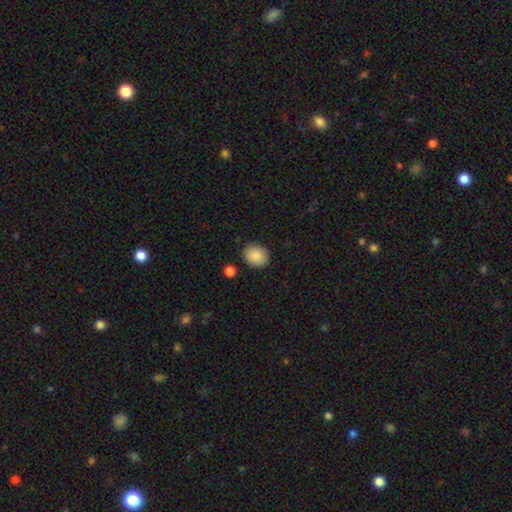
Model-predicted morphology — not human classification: smooth 88%, star or artifact 7%, featured or disk 5%. Down the decision tree: how rounded — round (69%); merging — none (88%).